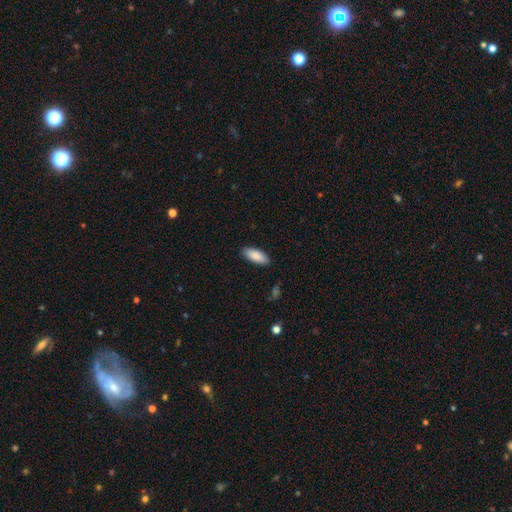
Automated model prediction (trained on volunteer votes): smooth_or_featured: smooth (p=0.89) [alt: star or artifact p=0.06]
how_rounded: in between (p=0.81) [alt: cigar-shaped p=0.17]
merging: none (p=0.87) [alt: minor disturbance p=0.10]